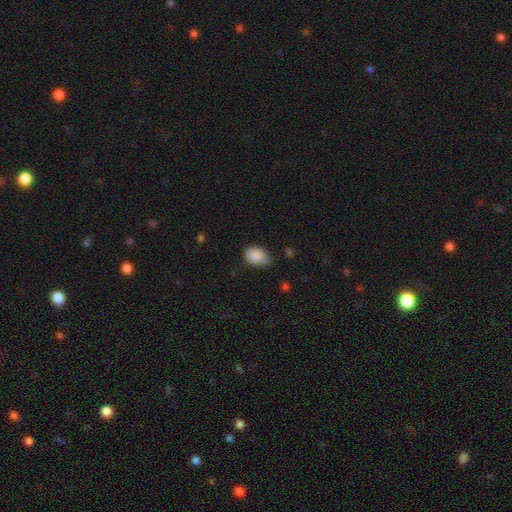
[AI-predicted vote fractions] Smooth or featured?
  - smooth: 88% *
  - star or artifact: 7%
  - featured or disk: 5%
How rounded?
  - in between: 80% *
  - round: 19%
  - cigar-shaped: 1%
Merging?
  - none: 65% *
  - minor disturbance: 28%
  - major disturbance: 5%
  - merger: 1%